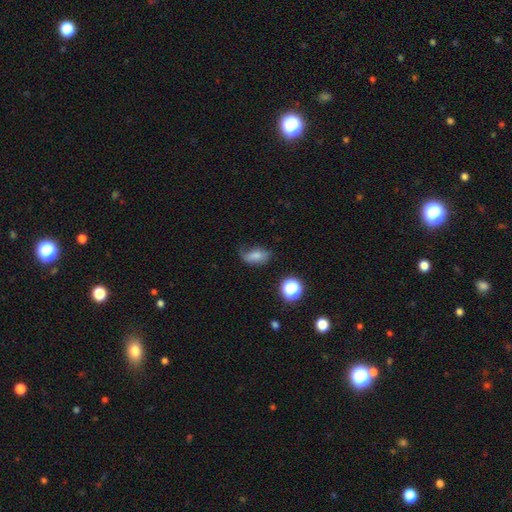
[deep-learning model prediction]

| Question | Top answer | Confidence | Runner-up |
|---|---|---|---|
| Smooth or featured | smooth | 70% | featured or disk (17%) |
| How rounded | in between | 84% | round (12%) |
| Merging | none | 44% | minor disturbance (35%) |